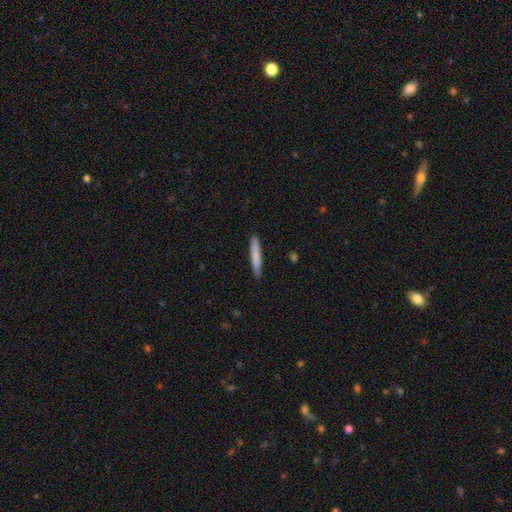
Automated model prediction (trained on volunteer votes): A smooth galaxy with no disk features (77%) that is cigar-shaped (94%).

Vote fractions:
- Smooth or featured? smooth: 77% / featured or disk: 18% / star or artifact: 5%
- How rounded? cigar-shaped: 94% / in between: 5% / round: 1%
- Merging? none: 89% / minor disturbance: 9% / major disturbance: 2% / merger: 1%